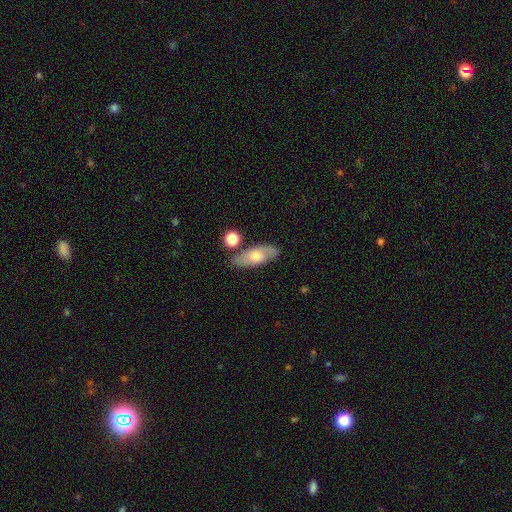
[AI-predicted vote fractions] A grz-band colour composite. It shows a smooth galaxy with no disk features (55%) that is in between round and cigar-shaped (75%). Merging: none (74%).